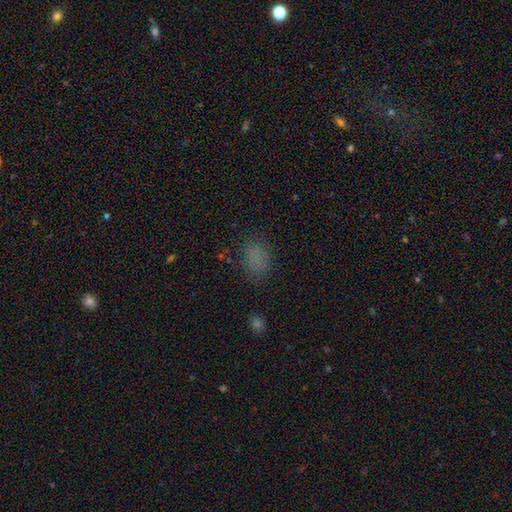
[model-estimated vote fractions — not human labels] Q: Smooth or featured?
A: smooth (77%); runner-up: star or artifact (17%)
Q: How rounded?
A: in between (76%); runner-up: round (22%)
Q: Merging?
A: none (77%); runner-up: minor disturbance (15%)